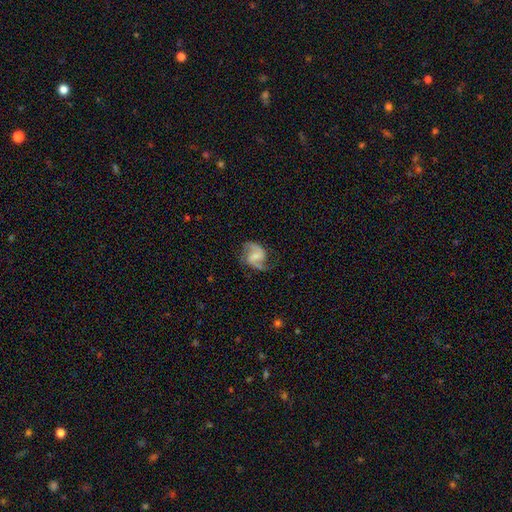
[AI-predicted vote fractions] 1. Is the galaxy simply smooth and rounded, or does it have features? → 85% featured or disk, 9% smooth, 6% star or artifact.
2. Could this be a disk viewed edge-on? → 98% no, 2% yes.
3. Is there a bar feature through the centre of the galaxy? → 49% weak, 34% no, 17% strong.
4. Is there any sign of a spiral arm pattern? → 97% yes, 3% no.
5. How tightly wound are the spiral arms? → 51% medium, 37% loose, 12% tight.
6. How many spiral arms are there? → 91% 2, 3% can't tell, 3% 1, 1% 3, 1% 4, 1% more than 4.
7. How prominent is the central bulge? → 49% small, 28% moderate, 18% none, 3% large, 1% dominant.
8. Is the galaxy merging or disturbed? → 72% none, 17% minor disturbance, 9% major disturbance, 1% merger.